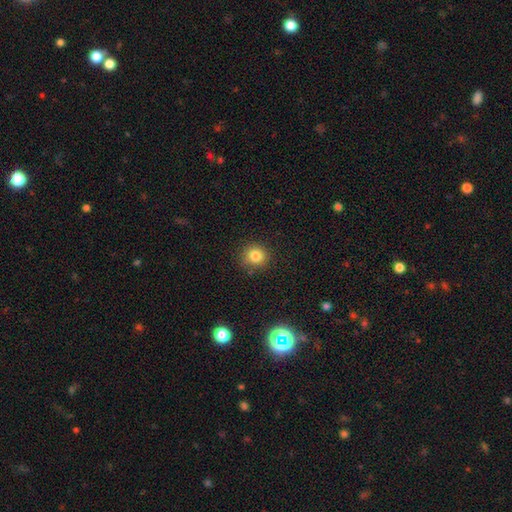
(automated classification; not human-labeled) Smooth or featured? Predicted: smooth (p=0.83). How rounded? Predicted: round (p=0.88). Merging? Predicted: none (p=0.86).